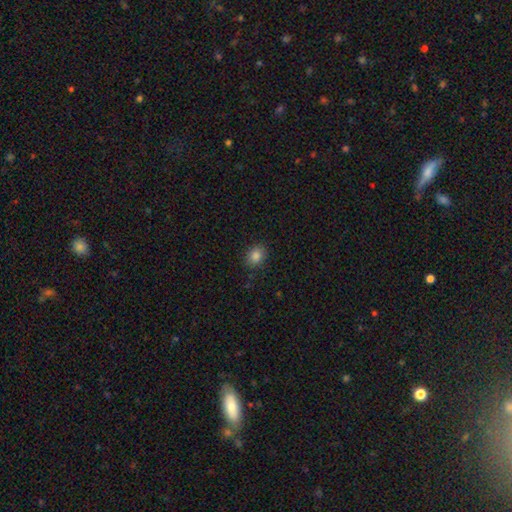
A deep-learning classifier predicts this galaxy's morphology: Q: Smooth or featured?
A: smooth (84%); runner-up: star or artifact (11%)
Q: How rounded?
A: round (53%); runner-up: in between (47%)
Q: Merging?
A: none (87%); runner-up: minor disturbance (10%)